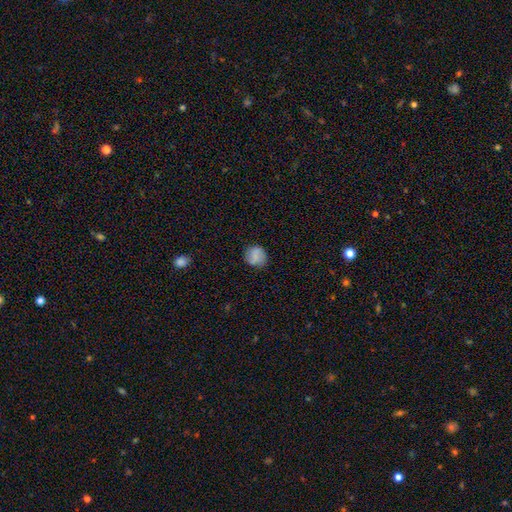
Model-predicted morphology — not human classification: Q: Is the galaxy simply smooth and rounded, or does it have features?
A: smooth — 73%.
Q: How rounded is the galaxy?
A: round — 87%.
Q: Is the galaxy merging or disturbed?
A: none — 83%.